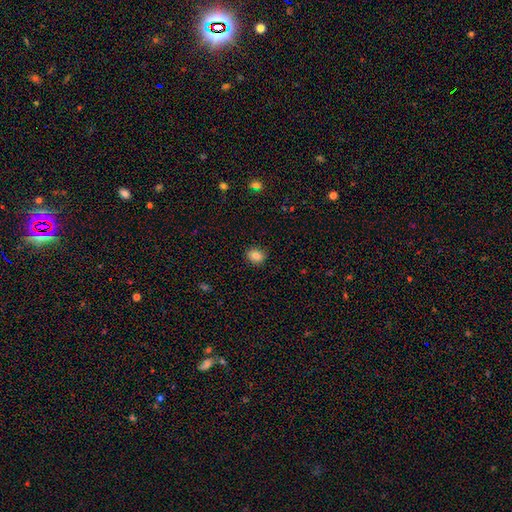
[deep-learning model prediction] smooth 83%, star or artifact 10%, featured or disk 7%. Down the decision tree: how rounded — round (55%); merging — none (87%).